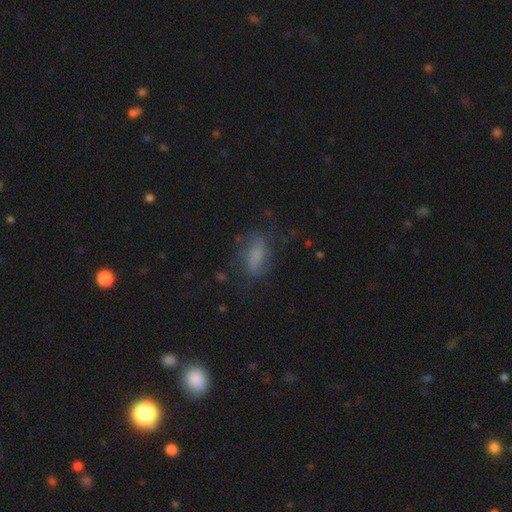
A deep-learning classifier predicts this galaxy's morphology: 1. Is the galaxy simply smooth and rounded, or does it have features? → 60% smooth, 27% featured or disk, 12% star or artifact.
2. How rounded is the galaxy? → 73% in between, 22% cigar-shaped, 5% round.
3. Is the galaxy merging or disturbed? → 63% none, 22% minor disturbance, 13% major disturbance, 2% merger.